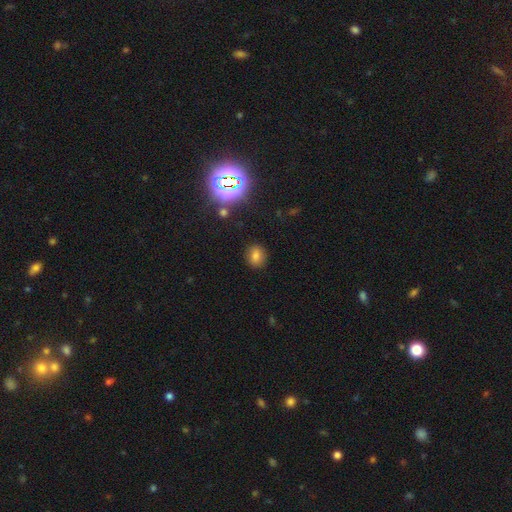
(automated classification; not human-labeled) This appears to be a smooth galaxy with no disk features (75%) that is round (59%). Merging: none (87%).